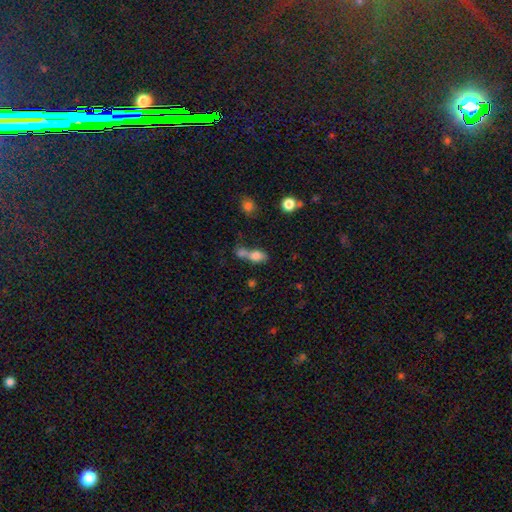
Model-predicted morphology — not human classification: type=smooth (77%); roundness=in between (77%); merging=merger (53%).